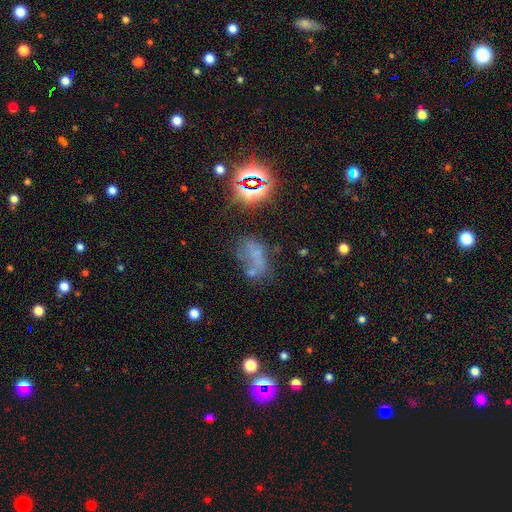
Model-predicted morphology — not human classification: Q: Smooth or featured?
A: smooth (38%); runner-up: star or artifact (32%)
Q: Merging?
A: none (32%); runner-up: merger (26%)